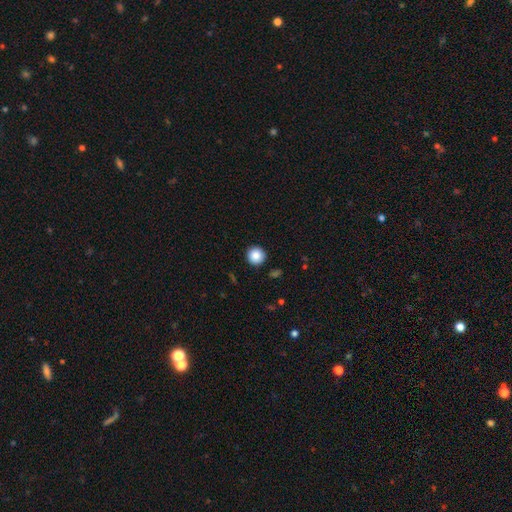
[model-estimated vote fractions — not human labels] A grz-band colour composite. It shows a smooth galaxy with no disk features (87%) that is round (96%). Merging: none (92%).